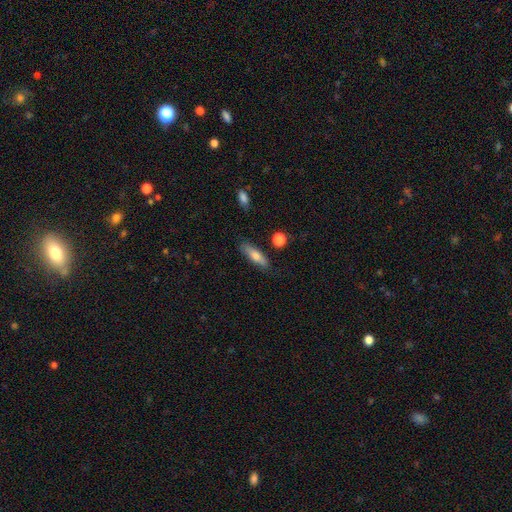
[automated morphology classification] Q: Smooth or featured?
A: smooth (66%); runner-up: featured or disk (27%)
Q: How rounded?
A: cigar-shaped (60%); runner-up: in between (37%)
Q: Merging?
A: none (82%); runner-up: minor disturbance (12%)